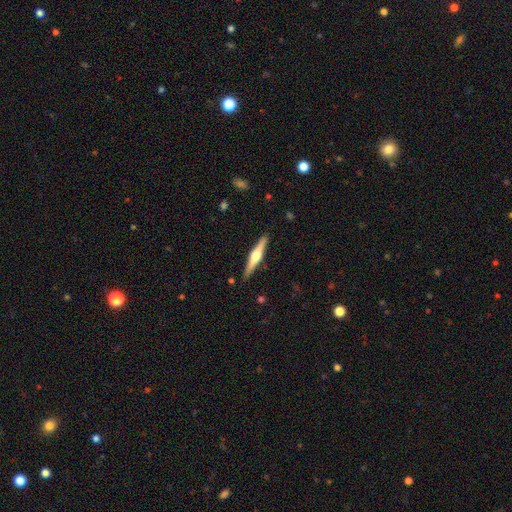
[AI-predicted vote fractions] featured or disk 69%, smooth 26%, star or artifact 5%. Down the decision tree: edge-on disk — yes (98%); edge-on bulge — rounded (91%); merging — none (90%).